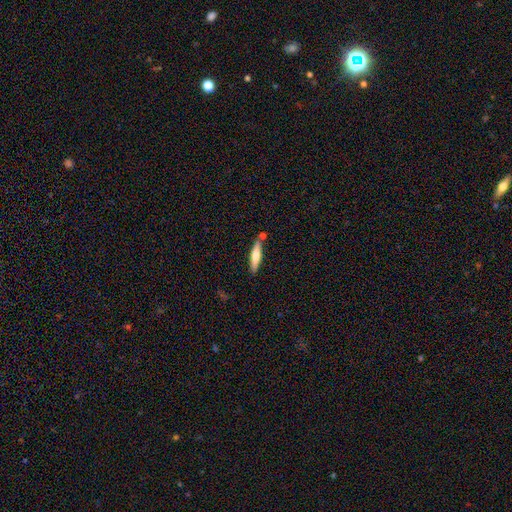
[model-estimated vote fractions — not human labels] Morphology: type=smooth (58%); roundness=cigar-shaped (83%); merging=none (77%).